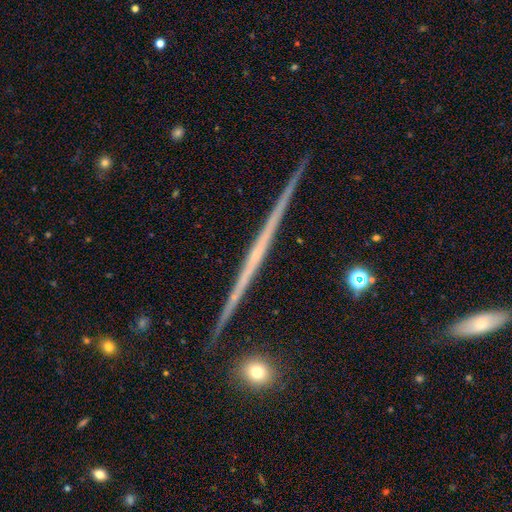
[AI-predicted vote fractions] Morphology: type=featured or disk (77%); edge-on=yes (98%); edge-on bulge=none (80%); merging=none (92%).